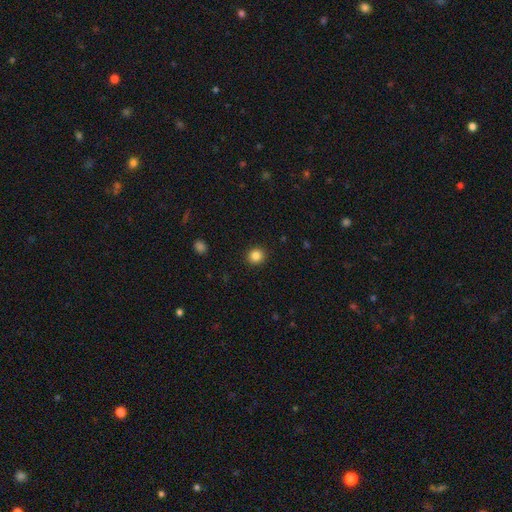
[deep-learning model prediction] A smooth galaxy with no disk features (85%) that is round (90%). Merging: none (92%).